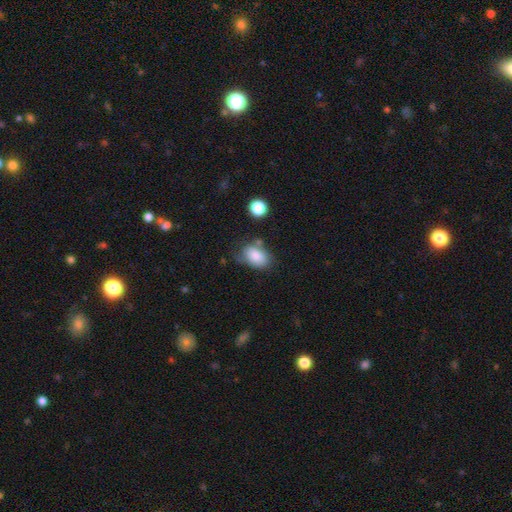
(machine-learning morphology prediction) This appears to be a smooth galaxy with no disk features (81%) that is in between round and cigar-shaped (86%). Merging: none (56%).